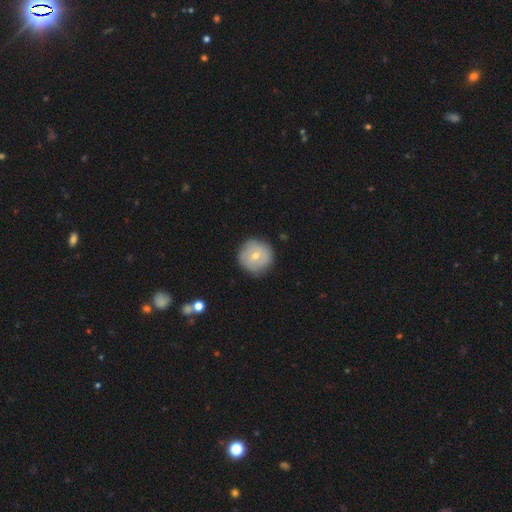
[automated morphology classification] The model was most divided on "smooth or featured": smooth: 64%, featured or disk: 29%, star or artifact: 7%. More confident: how rounded — round (95%); merging — none (84%).